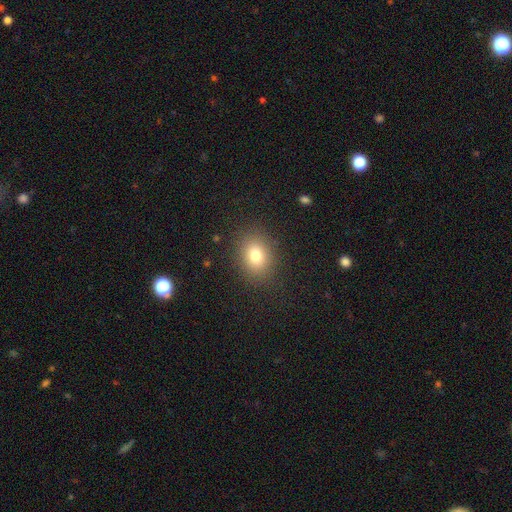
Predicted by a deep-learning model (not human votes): smooth 78%, star or artifact 12%, featured or disk 10%. Down the decision tree: how rounded — in between (57%); merging — none (86%).